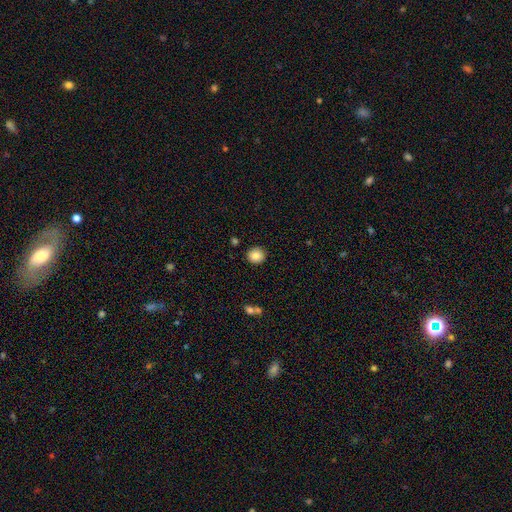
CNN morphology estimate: Smooth or featured? Predicted: smooth (p=0.84). How rounded? Predicted: round (p=0.89). Merging? Predicted: none (p=0.91).